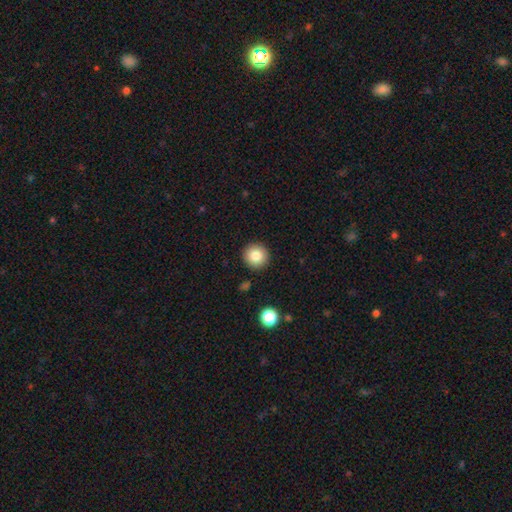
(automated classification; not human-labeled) A smooth galaxy with no disk features (84%) that is round (95%).

Vote fractions:
- Smooth or featured? smooth: 84% / star or artifact: 9% / featured or disk: 7%
- How rounded? round: 95% / in between: 4% / cigar-shaped: 1%
- Merging? none: 91% / minor disturbance: 6% / major disturbance: 2% / merger: 2%